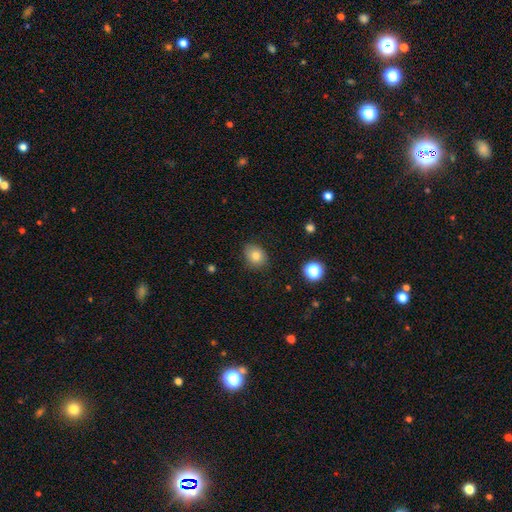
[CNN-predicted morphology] This is likely a smooth galaxy (79%). How rounded: possibly round (57%). Merging: clearly none (83%).